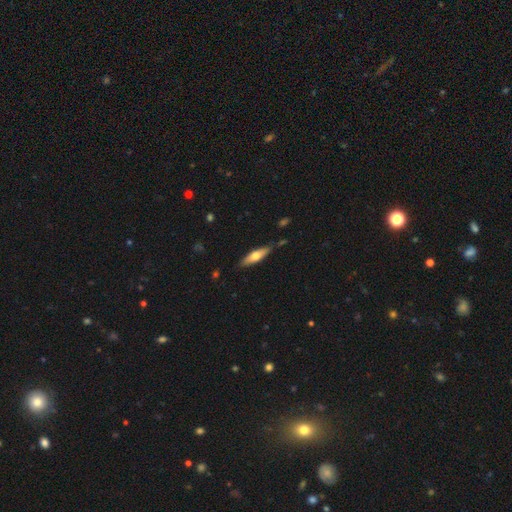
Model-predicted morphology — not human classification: This appears to be a smooth galaxy with no disk features (58%) that is cigar-shaped (63%). Merging: none (80%).